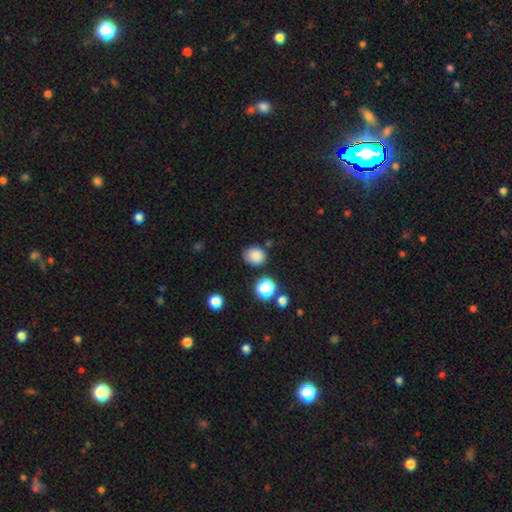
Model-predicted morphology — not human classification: A smooth galaxy with no disk features (83%) that is round (66%). Merging: none (75%).